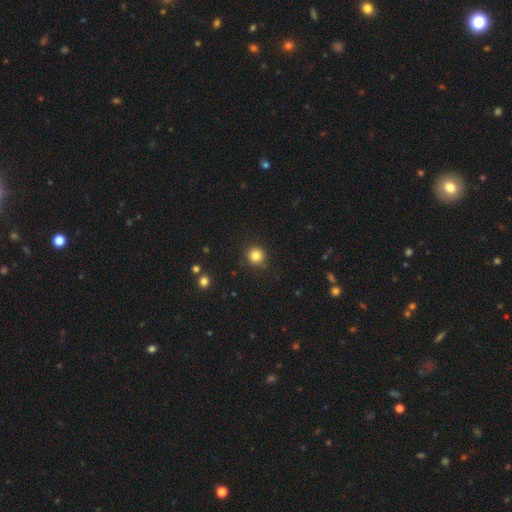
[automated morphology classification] type=smooth (83%); roundness=round (92%); merging=none (88%).